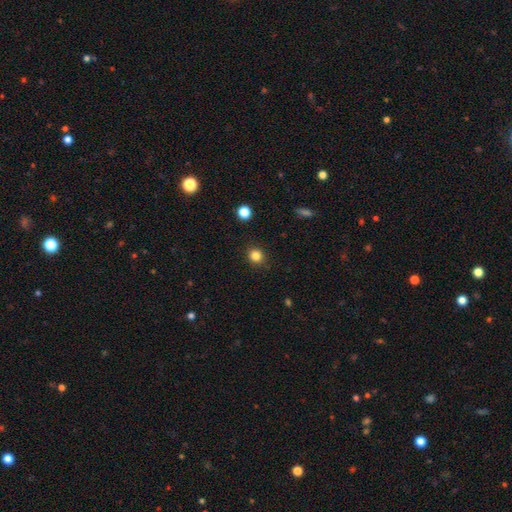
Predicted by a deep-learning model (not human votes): smooth-or-featured: smooth: 83% | star or artifact: 12% | featured or disk: 5%
  how-rounded: round: 84% | in between: 15% | cigar-shaped: 1%
  merging: none: 90% | minor disturbance: 7% | major disturbance: 2% | merger: 1%